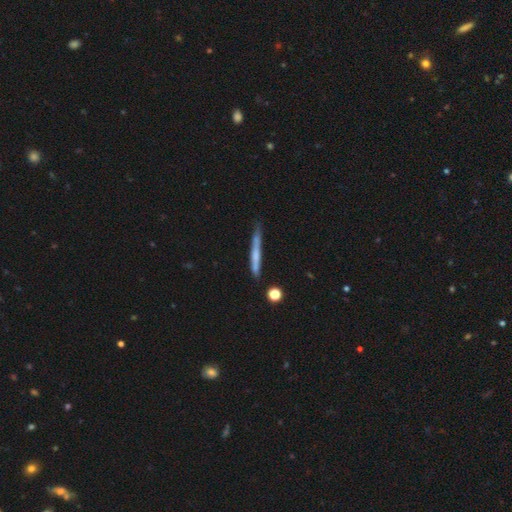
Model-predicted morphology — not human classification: The model was most divided on "smooth or featured": smooth: 54%, featured or disk: 39%, star or artifact: 7%. More confident: how rounded — cigar-shaped (96%); merging — none (74%).